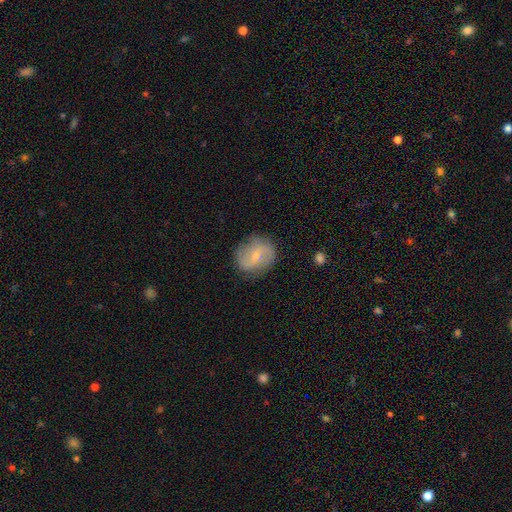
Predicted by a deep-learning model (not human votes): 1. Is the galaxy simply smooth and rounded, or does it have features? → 68% featured or disk, 24% smooth, 7% star or artifact.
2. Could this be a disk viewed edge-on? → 97% no, 3% yes.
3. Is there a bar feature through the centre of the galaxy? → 47% weak, 40% no, 13% strong.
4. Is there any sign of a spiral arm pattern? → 92% yes, 8% no.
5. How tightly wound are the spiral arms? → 43% loose, 40% medium, 16% tight.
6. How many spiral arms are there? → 86% 2, 7% can't tell, 2% 1, 2% 3, 1% 4, 1% more than 4.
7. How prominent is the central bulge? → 71% small, 21% moderate, 6% none, 1% large, 1% dominant.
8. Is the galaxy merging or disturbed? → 81% none, 14% minor disturbance, 4% major disturbance, 1% merger.